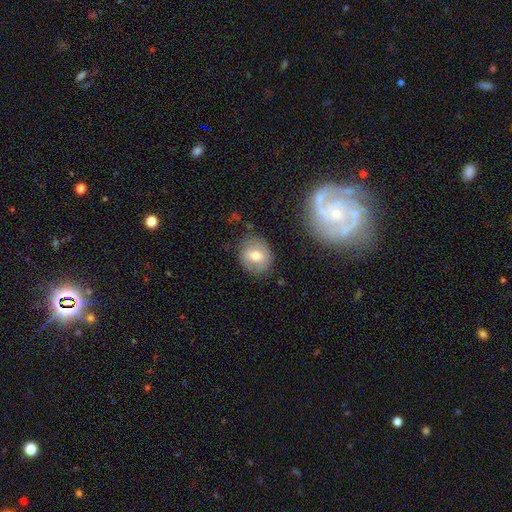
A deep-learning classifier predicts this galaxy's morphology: A smooth galaxy with no disk features (62%) that is round (71%). Merging: none (78%).